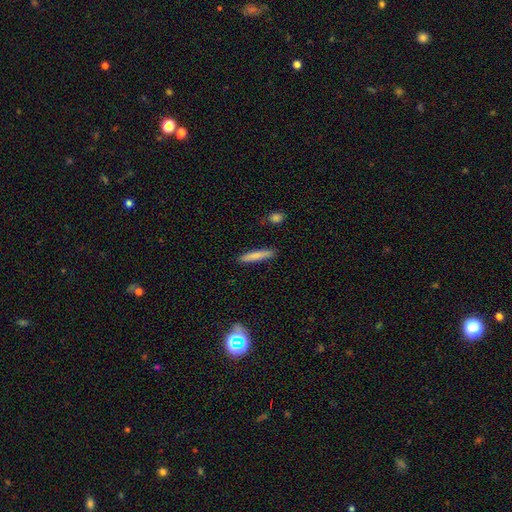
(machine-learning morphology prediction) Smooth or featured? smooth (79%)
How rounded? cigar-shaped (91%)
Merging? none (89%)